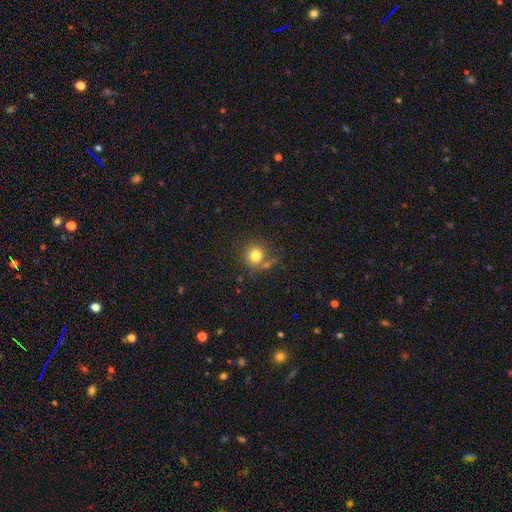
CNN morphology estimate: Overall: smooth (79%). How rounded: round (88%). Merging: none (63%).